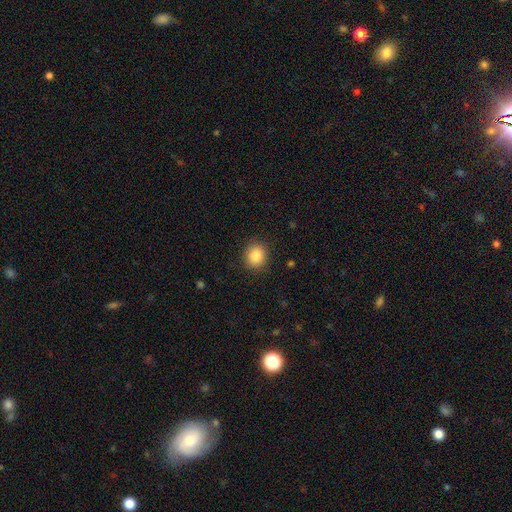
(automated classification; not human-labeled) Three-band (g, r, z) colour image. It shows a smooth galaxy with no disk features (87%) that is round (80%). Merging: none (89%).